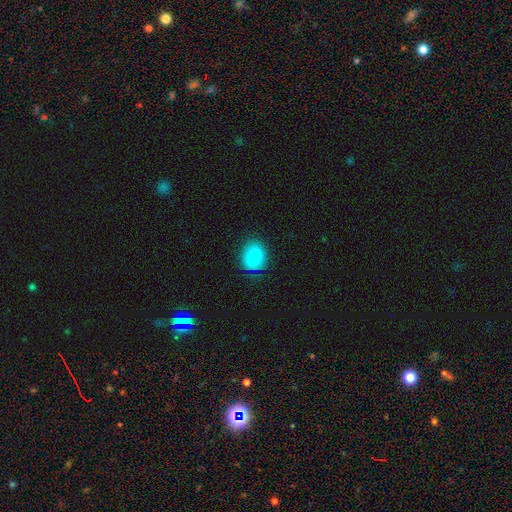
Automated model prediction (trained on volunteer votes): The model was most divided on "how rounded": in between: 56%, round: 43%, cigar-shaped: 1%. More confident: smooth or featured — smooth (84%); merging — none (65%).